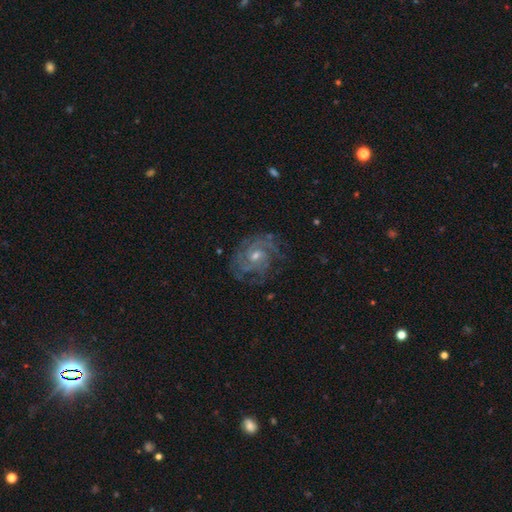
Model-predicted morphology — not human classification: type=featured or disk (85%); edge-on=no (97%); bar=no (64%); spiral arms=yes (96%); winding=tight (63%); arm count=can't tell (27%); bulge=small (51%); merging=none (73%).